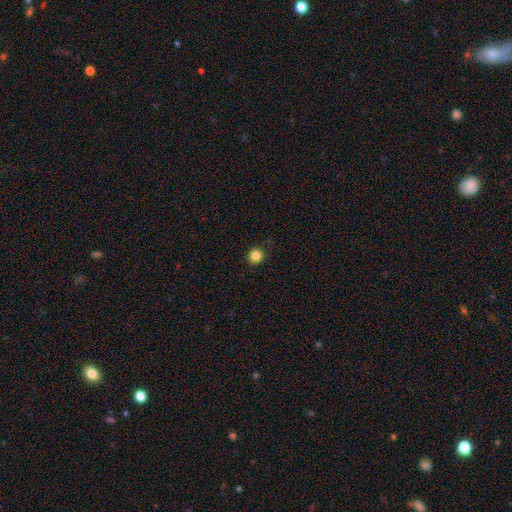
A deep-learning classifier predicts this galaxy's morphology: A smooth galaxy with no disk features (85%) that is round (93%). Merging: none (92%).